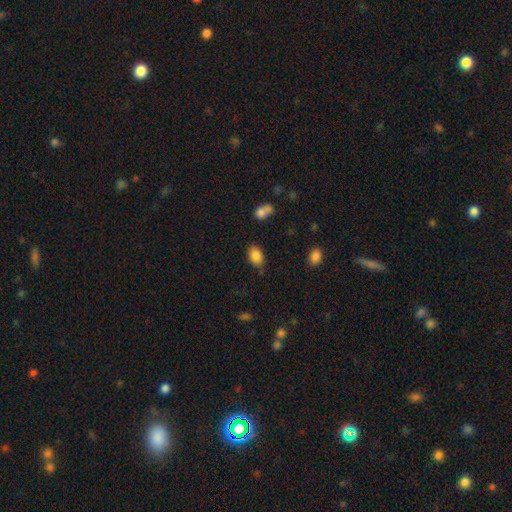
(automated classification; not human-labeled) smooth-or-featured: smooth: 85% | star or artifact: 8% | featured or disk: 6%
  how-rounded: in between: 84% | round: 15% | cigar-shaped: 1%
  merging: none: 75% | minor disturbance: 17% | merger: 4% | major disturbance: 4%